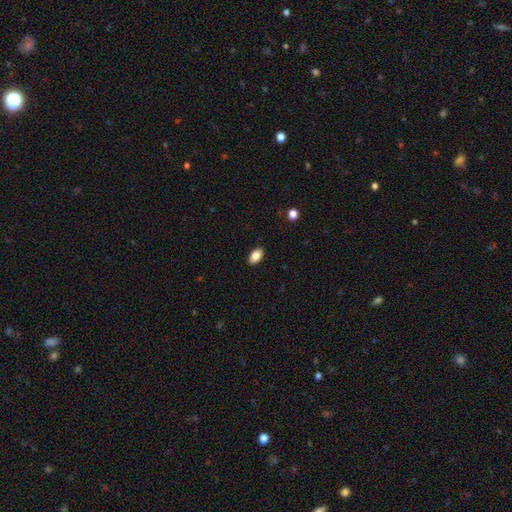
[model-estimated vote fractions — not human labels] A smooth galaxy with no disk features (86%) that is in between round and cigar-shaped (91%).

Vote fractions:
- Smooth or featured? smooth: 86% / star or artifact: 8% / featured or disk: 6%
- How rounded? in between: 91% / round: 7% / cigar-shaped: 2%
- Merging? none: 89% / minor disturbance: 8% / major disturbance: 2% / merger: 1%